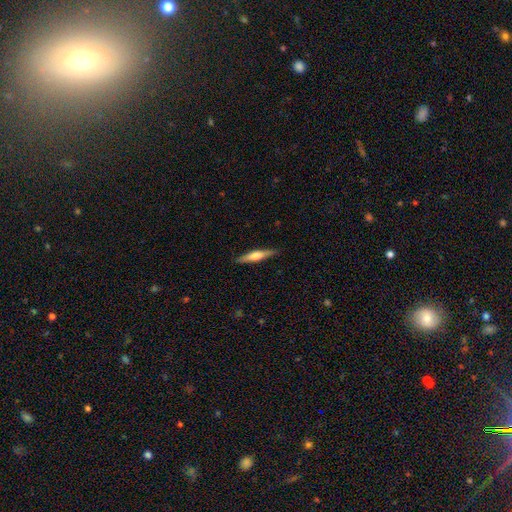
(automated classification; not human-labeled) smooth_or_featured: featured or disk (p=0.48) [alt: smooth p=0.47]
merging: none (p=0.87) [alt: minor disturbance p=0.10]